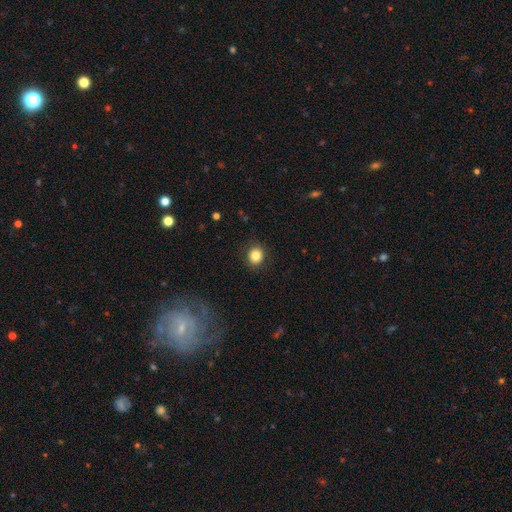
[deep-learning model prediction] Smooth or featured: smooth — 83% (star or artifact — 10%)
How rounded: round — 81% (in between — 18%)
Merging: none — 88% (minor disturbance — 8%)